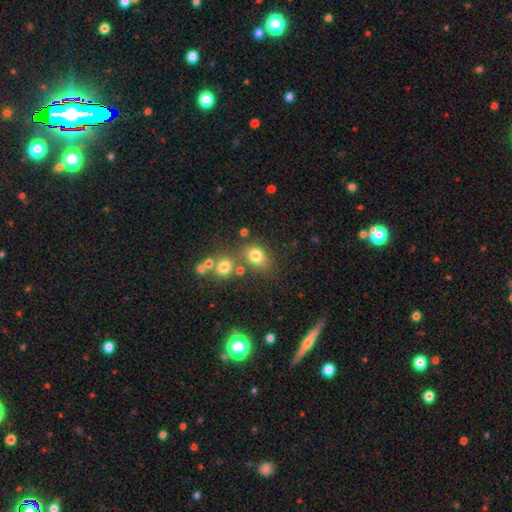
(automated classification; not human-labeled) smooth-or-featured: smooth: 77% | star or artifact: 14% | featured or disk: 9%
  how-rounded: round: 51% | in between: 48% | cigar-shaped: 1%
  merging: none: 63% | merger: 17% | minor disturbance: 14% | major disturbance: 6%